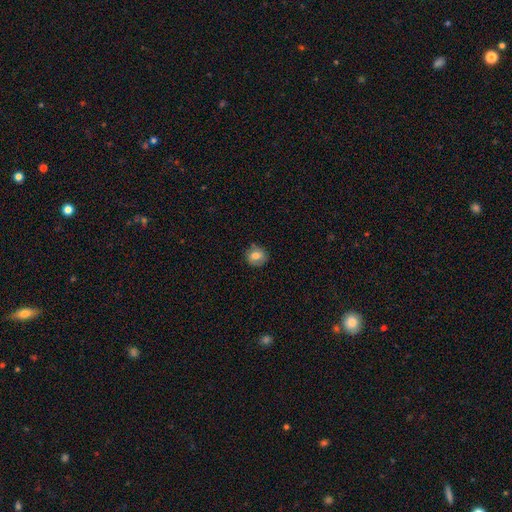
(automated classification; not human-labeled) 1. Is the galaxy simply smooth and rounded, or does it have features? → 75% smooth, 16% featured or disk, 9% star or artifact.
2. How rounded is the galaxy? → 83% round, 16% in between, 1% cigar-shaped.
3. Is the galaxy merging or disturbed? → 83% none, 12% minor disturbance, 3% major disturbance, 2% merger.